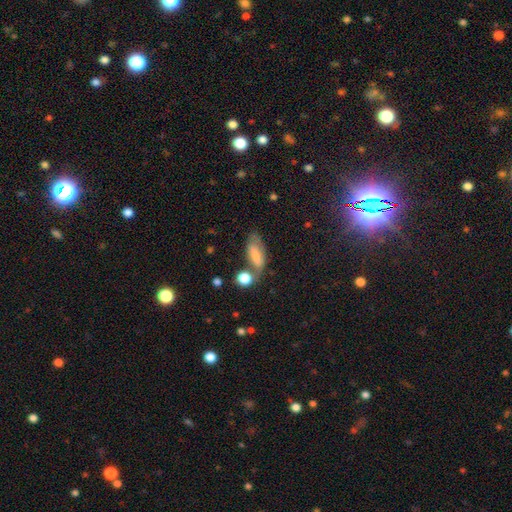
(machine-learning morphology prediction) This appears to be a smooth galaxy with no disk features (67%) that is in between round and cigar-shaped (78%). Merging: none (41%).